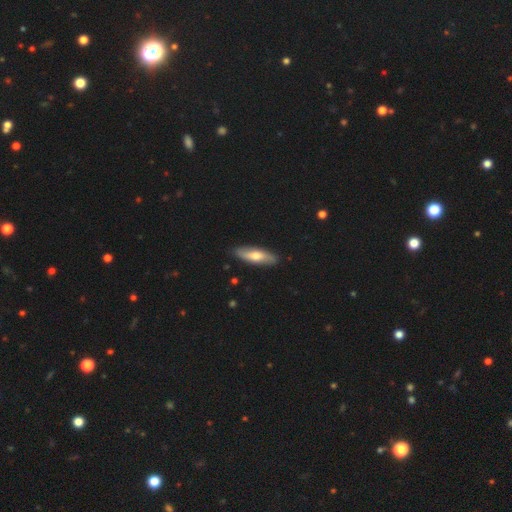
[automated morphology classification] This is possibly a smooth galaxy (56%). How rounded: possibly cigar-shaped (52%). Merging: clearly none (87%).